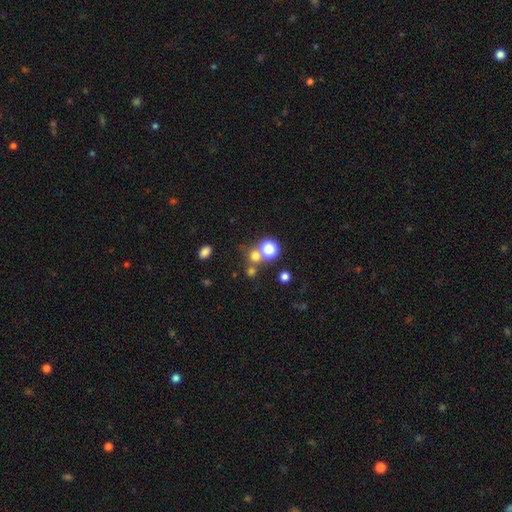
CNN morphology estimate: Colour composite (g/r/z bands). It shows a smooth galaxy with no disk features (66%) that is round (88%). Merging: none (61%).